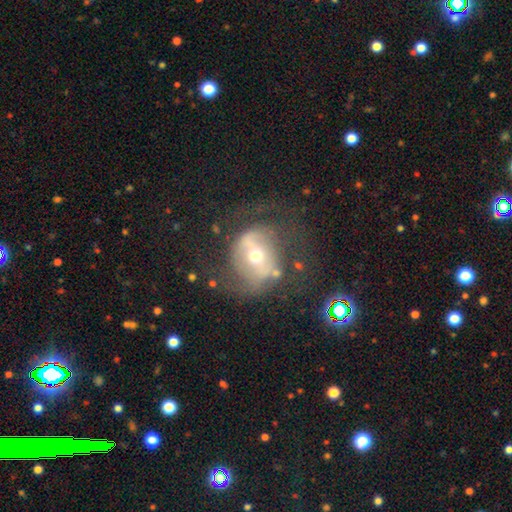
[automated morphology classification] Smooth or featured? Predicted: featured or disk (p=0.67). Edge-on disk? Predicted: no (p=0.94). Bar? Predicted: strong (p=0.40). Spiral arms? Predicted: yes (p=0.61). Bulge size? Predicted: moderate (p=0.49). Merging? Predicted: none (p=0.54).